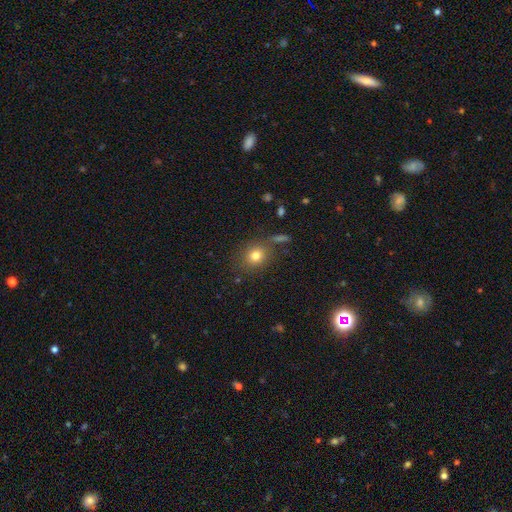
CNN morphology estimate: smooth-or-featured: smooth: 78% | star or artifact: 13% | featured or disk: 9%
  how-rounded: round: 76% | in between: 23% | cigar-shaped: 1%
  merging: none: 78% | minor disturbance: 12% | merger: 6% | major disturbance: 5%